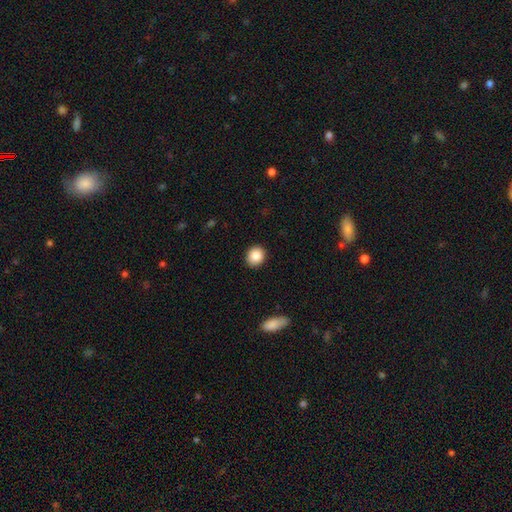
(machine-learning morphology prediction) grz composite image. It shows a smooth galaxy with no disk features (87%) that is round (78%). Merging: none (90%).